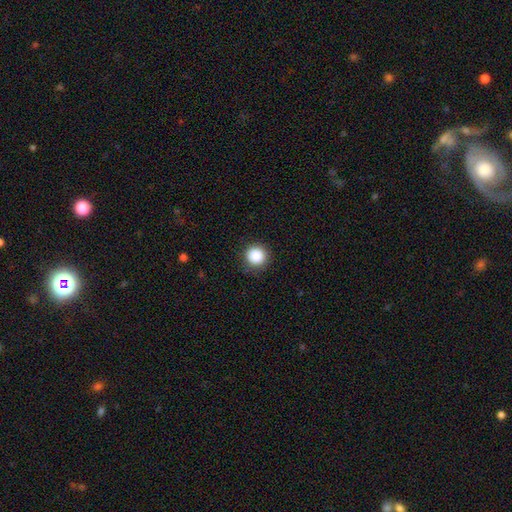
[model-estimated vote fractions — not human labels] A smooth galaxy with no disk features (88%) that is round (95%). Merging: none (89%).